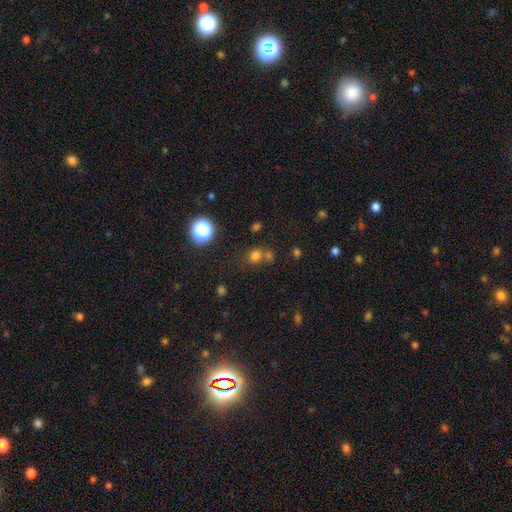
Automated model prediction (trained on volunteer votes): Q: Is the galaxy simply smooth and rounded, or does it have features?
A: smooth — 66%.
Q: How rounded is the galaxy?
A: round — 79%.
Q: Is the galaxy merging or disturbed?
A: none — 58%.